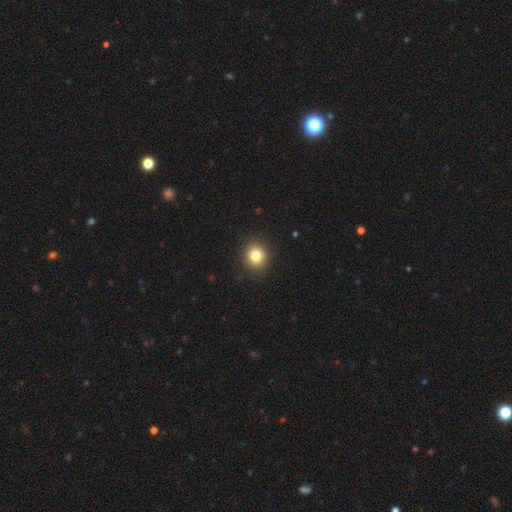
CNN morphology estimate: Smooth or featured: smooth — 82% (star or artifact — 11%)
How rounded: round — 86% (in between — 13%)
Merging: none — 91% (minor disturbance — 6%)